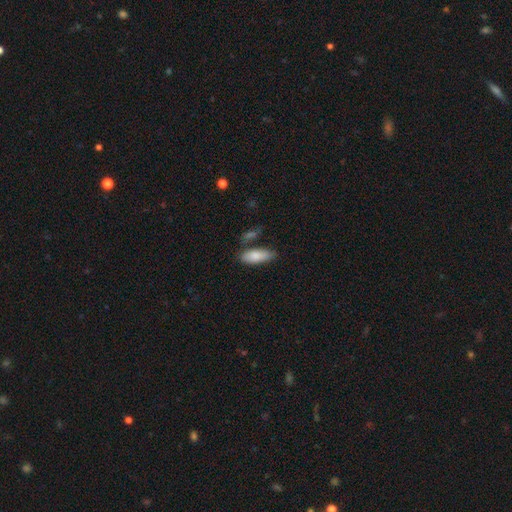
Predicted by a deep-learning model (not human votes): smooth 84%, featured or disk 10%, star or artifact 6%. Down the decision tree: how rounded — in between (72%); merging — none (69%).